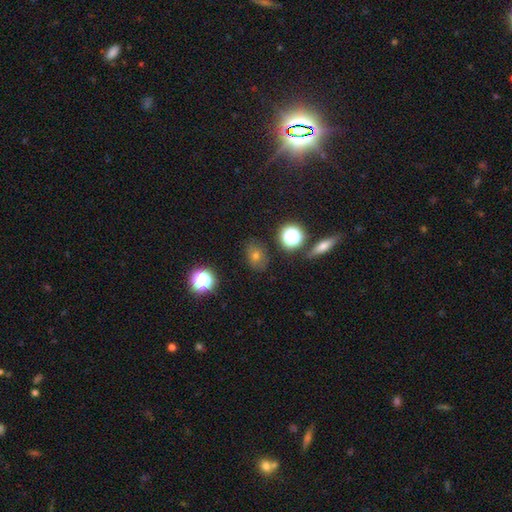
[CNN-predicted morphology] This appears to be a smooth galaxy with no disk features (62%) that is in between round and cigar-shaped (60%). Merging: none (82%).